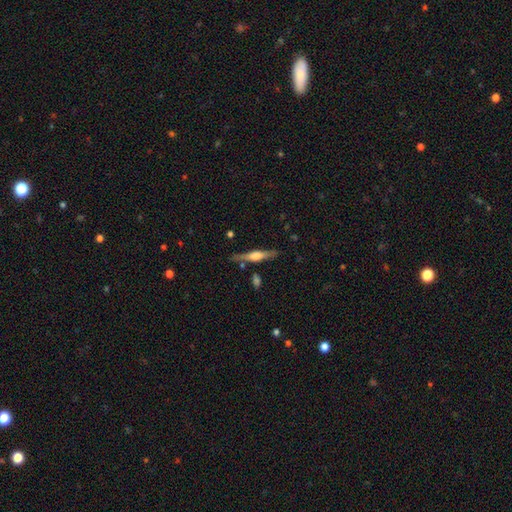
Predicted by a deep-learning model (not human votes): Smooth or featured?
  - featured or disk: 69% *
  - smooth: 25%
  - star or artifact: 6%
Edge-on disk?
  - yes: 96% *
  - no: 4%
Edge-on bulge?
  - rounded: 78% *
  - boxy: 18%
  - none: 4%
Merging?
  - none: 80% *
  - minor disturbance: 12%
  - merger: 5%
  - major disturbance: 3%